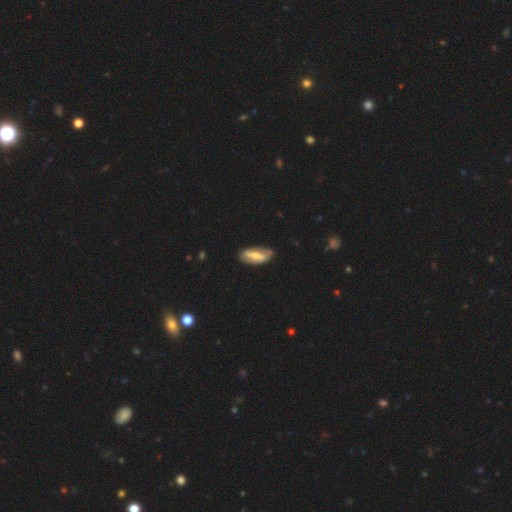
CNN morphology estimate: type=featured or disk (48%); merging=none (72%).